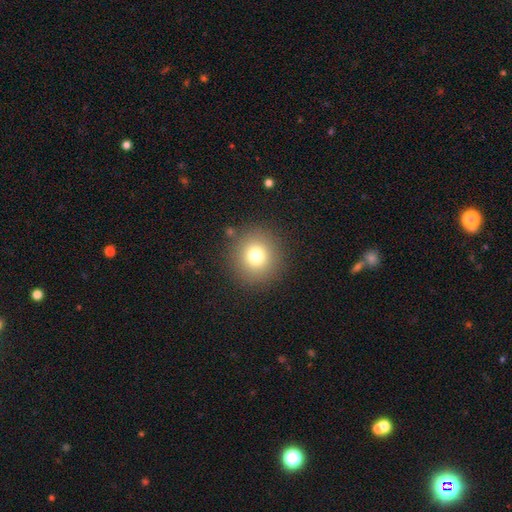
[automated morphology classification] A smooth galaxy with no disk features (76%) that is round (92%).

Vote fractions:
- Smooth or featured? smooth: 76% / star or artifact: 13% / featured or disk: 11%
- How rounded? round: 92% / in between: 7% / cigar-shaped: 1%
- Merging? none: 88% / minor disturbance: 7% / major disturbance: 3% / merger: 2%